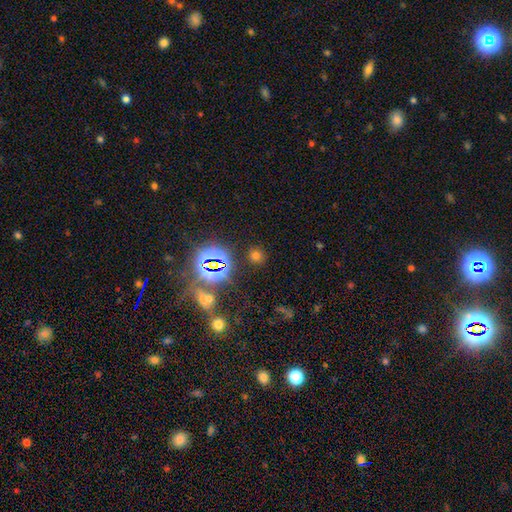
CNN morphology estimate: Smooth or featured? Predicted: smooth (p=0.56). How rounded? Predicted: round (p=0.86). Merging? Predicted: none (p=0.85).